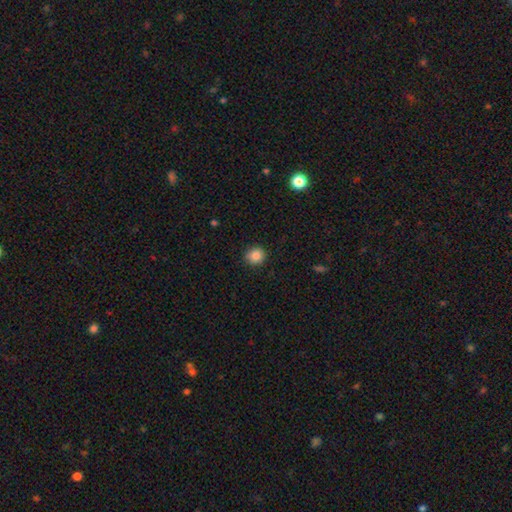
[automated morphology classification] Smooth or featured: smooth — 85% (star or artifact — 10%)
How rounded: round — 90% (in between — 9%)
Merging: none — 90% (minor disturbance — 8%)